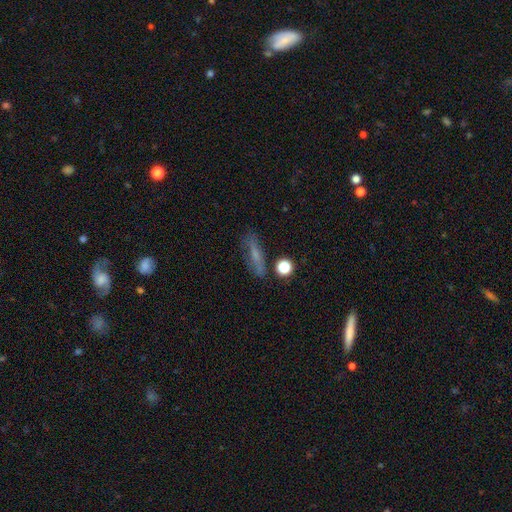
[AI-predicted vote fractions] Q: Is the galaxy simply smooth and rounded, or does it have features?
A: smooth — 52%.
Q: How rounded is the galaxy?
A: cigar-shaped — 63%.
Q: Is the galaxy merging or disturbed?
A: none — 73%.